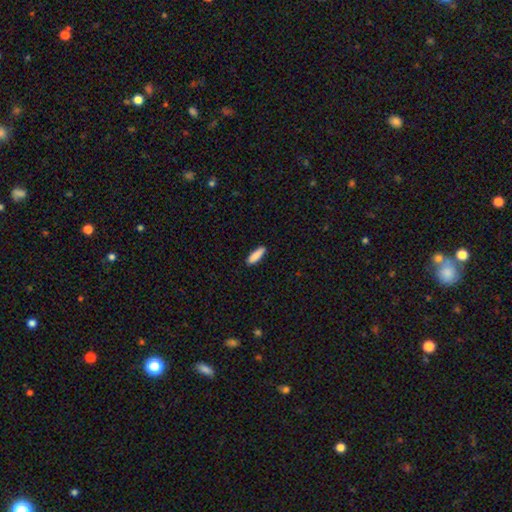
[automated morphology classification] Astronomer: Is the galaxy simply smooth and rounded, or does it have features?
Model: smooth — 88%.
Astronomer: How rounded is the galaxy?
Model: cigar-shaped — 53% (runner-up: in between, 46%).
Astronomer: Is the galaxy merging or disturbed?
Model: none — 88%.